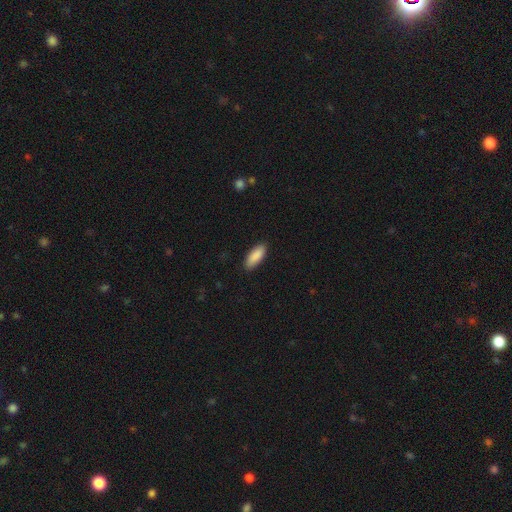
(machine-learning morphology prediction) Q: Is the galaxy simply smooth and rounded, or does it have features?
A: smooth — 90%.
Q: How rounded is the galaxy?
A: in between — 77%.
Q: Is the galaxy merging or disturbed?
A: none — 88%.